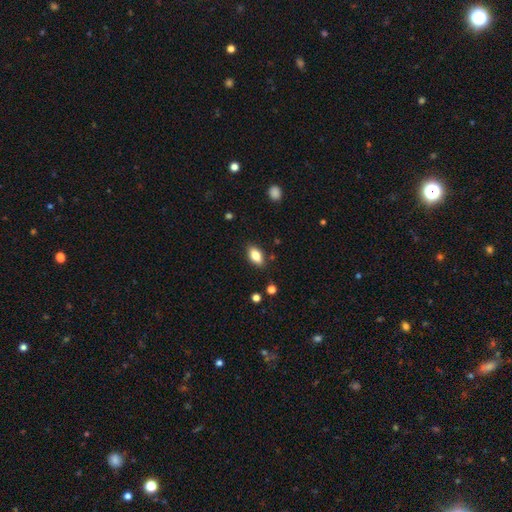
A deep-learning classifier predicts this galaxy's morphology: Overall: smooth (81%). How rounded: in between (89%). Merging: none (85%).